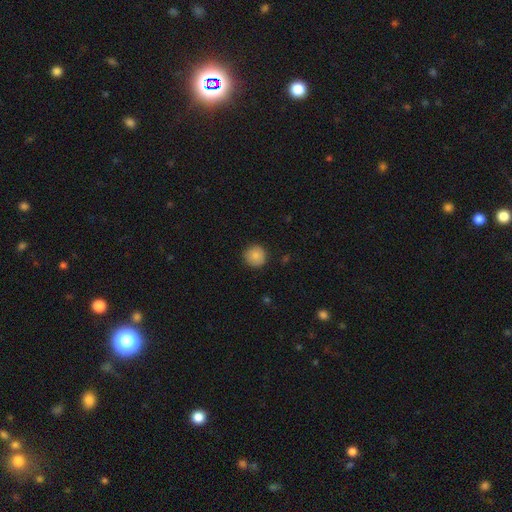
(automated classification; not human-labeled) A smooth galaxy with no disk features (87%) that is round (94%). Merging: none (89%).